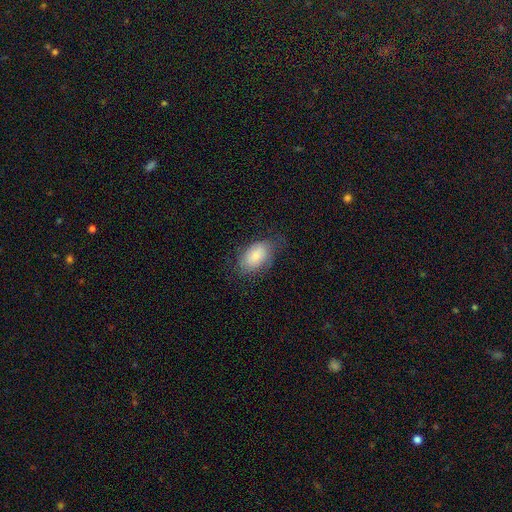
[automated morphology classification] This appears to be a smooth galaxy with no disk features (80%) that is in between round and cigar-shaped (92%). Merging: none (66%).